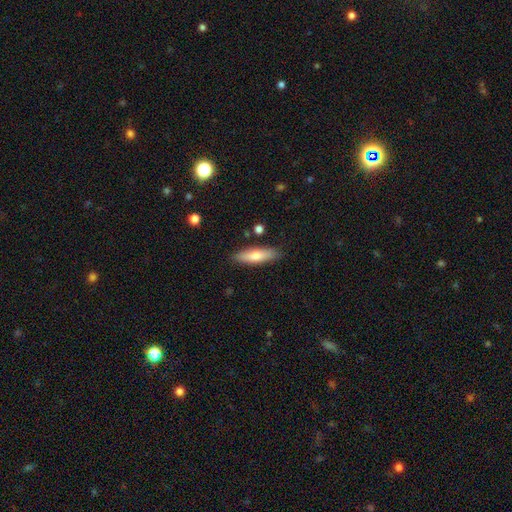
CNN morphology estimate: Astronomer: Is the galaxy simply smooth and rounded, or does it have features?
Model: smooth — 70%.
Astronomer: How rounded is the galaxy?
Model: cigar-shaped — 62%.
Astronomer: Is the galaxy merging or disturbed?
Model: none — 87%.